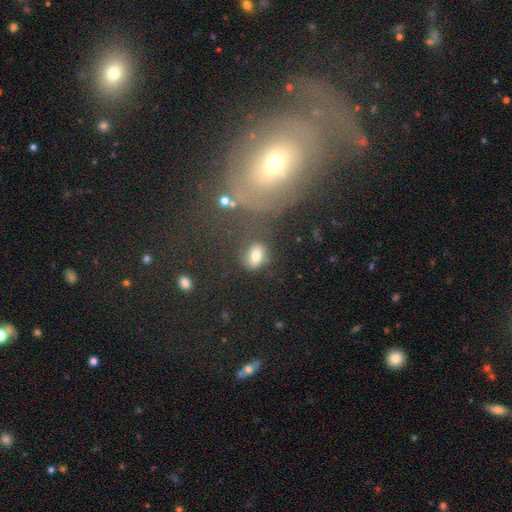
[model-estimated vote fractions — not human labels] A smooth galaxy with no disk features (75%) that is in between round and cigar-shaped (65%). Merging: none (71%).